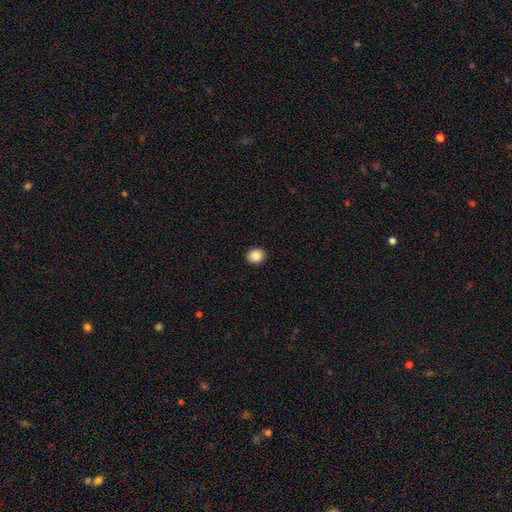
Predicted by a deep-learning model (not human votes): This is clearly a smooth galaxy (88%). How rounded: likely round (67%). Merging: clearly none (92%).